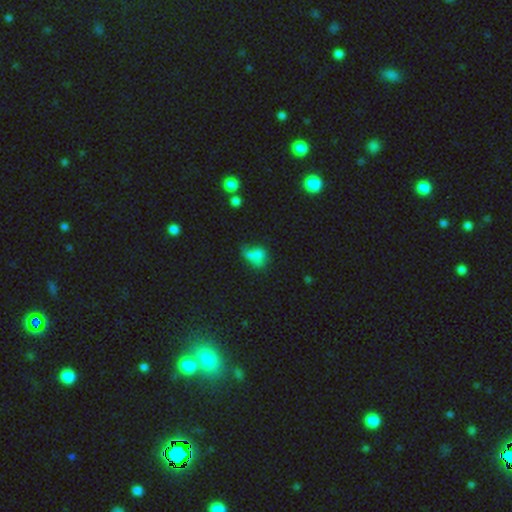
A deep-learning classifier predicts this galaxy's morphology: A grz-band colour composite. It shows a smooth galaxy with no disk features (66%) that is in between round and cigar-shaped (70%). Merging: none (29%).